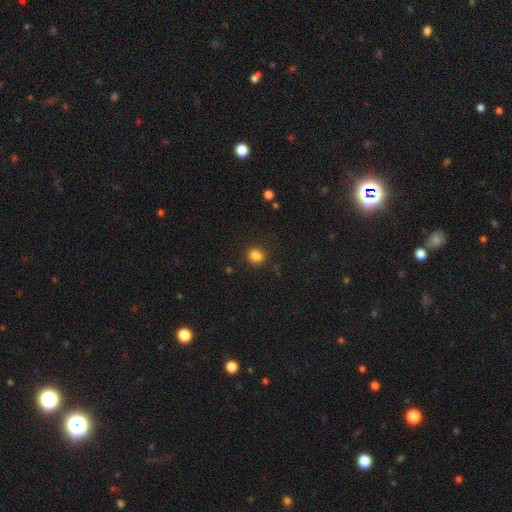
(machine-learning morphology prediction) Smooth or featured: smooth — 84% (star or artifact — 11%)
How rounded: round — 54% (in between — 45%)
Merging: none — 80% (minor disturbance — 13%)